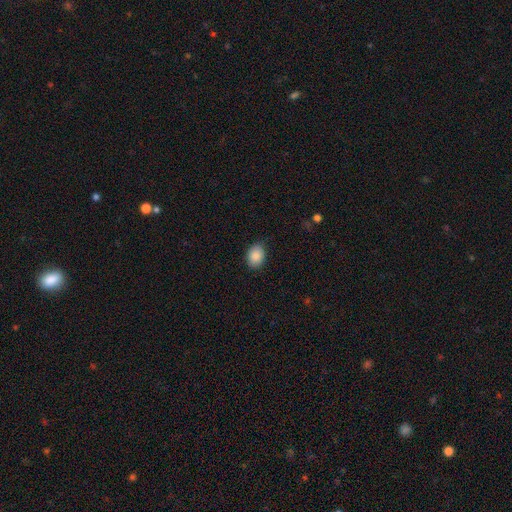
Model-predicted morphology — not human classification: A smooth galaxy with no disk features (88%) that is in between round and cigar-shaped (67%).

Vote fractions:
- Smooth or featured? smooth: 88% / star or artifact: 8% / featured or disk: 5%
- How rounded? in between: 67% / round: 32% / cigar-shaped: 1%
- Merging? none: 84% / minor disturbance: 13% / major disturbance: 2% / merger: 1%